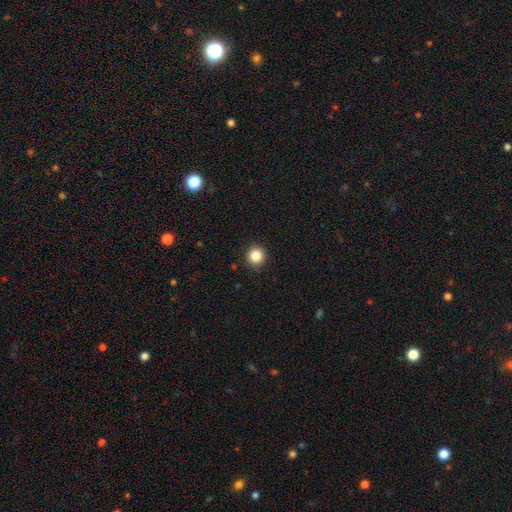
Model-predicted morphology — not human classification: The model was most divided on "smooth or featured": smooth: 86%, star or artifact: 10%, featured or disk: 4%. More confident: how rounded — round (93%); merging — none (92%).